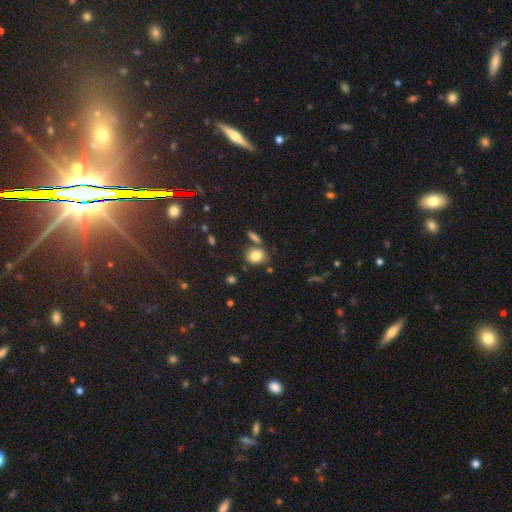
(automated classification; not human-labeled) Smooth or featured? Predicted: smooth (p=0.82). How rounded? Predicted: round (p=0.53). Merging? Predicted: none (p=0.67).